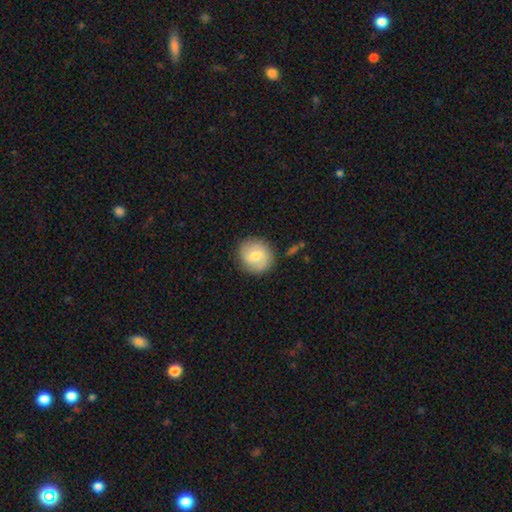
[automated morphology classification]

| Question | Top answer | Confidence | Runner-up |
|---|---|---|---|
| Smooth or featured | smooth | 59% | featured or disk (34%) |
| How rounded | round | 87% | in between (12%) |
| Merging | none | 83% | minor disturbance (12%) |